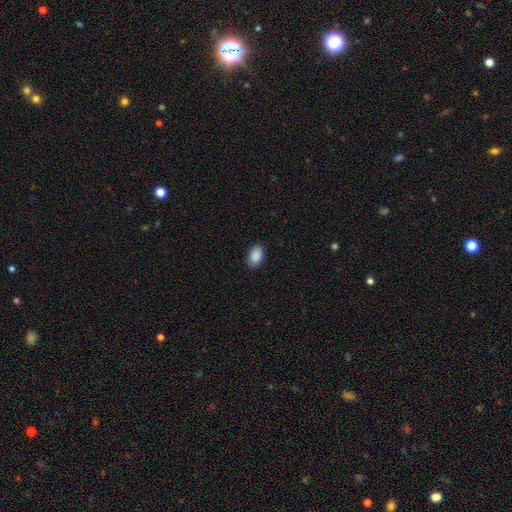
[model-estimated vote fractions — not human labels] A smooth galaxy with no disk features (90%) that is in between round and cigar-shaped (92%).

Vote fractions:
- Smooth or featured? smooth: 90% / star or artifact: 7% / featured or disk: 3%
- How rounded? in between: 92% / round: 7% / cigar-shaped: 1%
- Merging? none: 87% / minor disturbance: 10% / major disturbance: 2% / merger: 1%